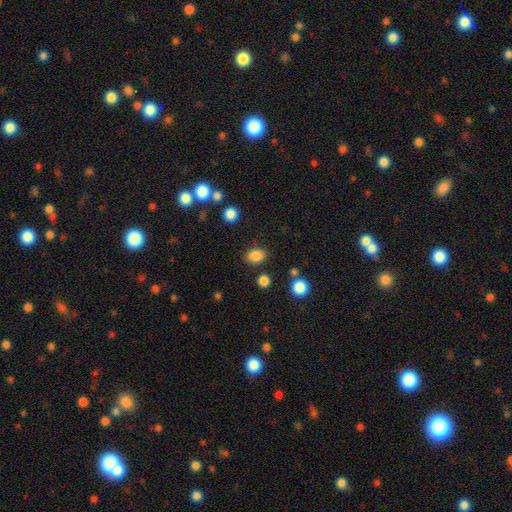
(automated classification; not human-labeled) Q: Smooth or featured?
A: smooth (85%); runner-up: star or artifact (11%)
Q: How rounded?
A: in between (64%); runner-up: round (35%)
Q: Merging?
A: none (83%); runner-up: minor disturbance (10%)